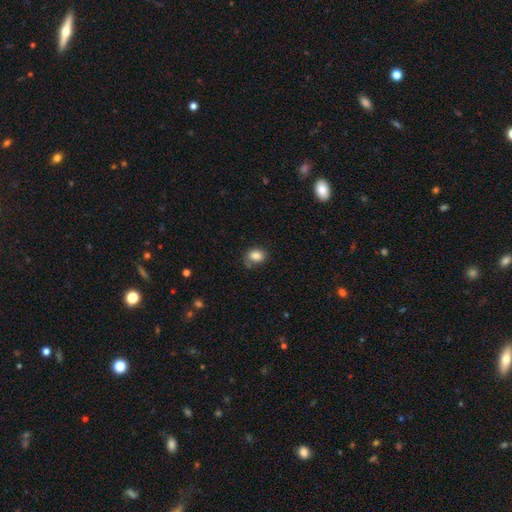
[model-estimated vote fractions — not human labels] The model was most divided on "how rounded": in between: 56%, round: 43%, cigar-shaped: 1%. More confident: smooth or featured — smooth (84%); merging — none (64%).